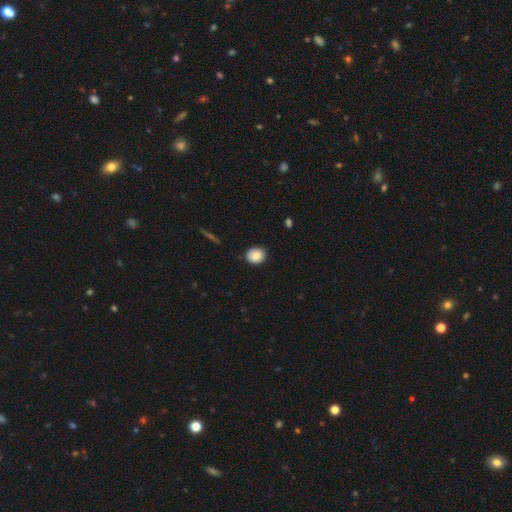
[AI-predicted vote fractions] A smooth galaxy with no disk features (88%) that is round (69%).

Vote fractions:
- Smooth or featured? smooth: 88% / star or artifact: 8% / featured or disk: 4%
- How rounded? round: 69% / in between: 30% / cigar-shaped: 1%
- Merging? none: 85% / minor disturbance: 11% / major disturbance: 2% / merger: 1%